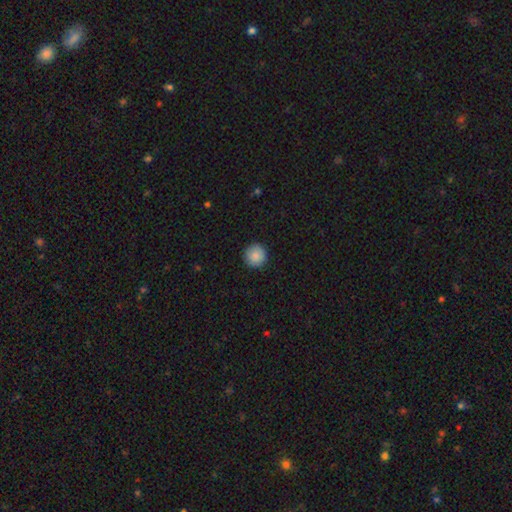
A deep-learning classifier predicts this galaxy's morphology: Smooth or featured: smooth — 88% (star or artifact — 8%)
How rounded: round — 96% (in between — 3%)
Merging: none — 92% (minor disturbance — 5%)